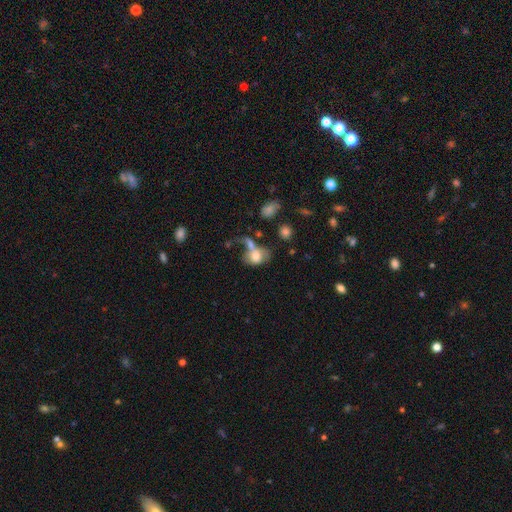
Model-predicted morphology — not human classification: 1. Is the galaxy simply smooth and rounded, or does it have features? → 64% smooth, 26% featured or disk, 10% star or artifact.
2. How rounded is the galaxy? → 70% in between, 28% round, 2% cigar-shaped.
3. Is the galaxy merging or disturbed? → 38% merger, 25% major disturbance, 20% none, 16% minor disturbance.